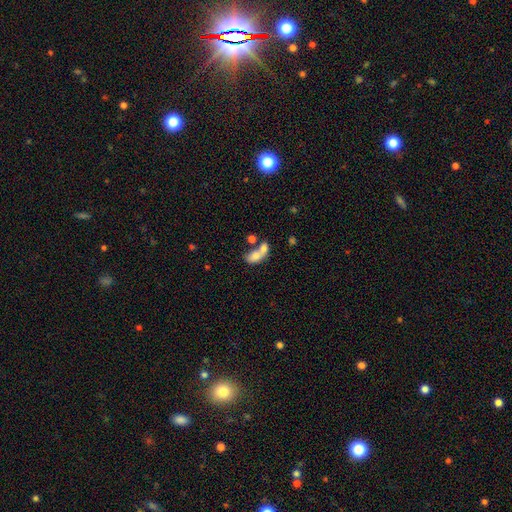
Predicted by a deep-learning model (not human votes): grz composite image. It shows a smooth galaxy with no disk features (68%) that is in between round and cigar-shaped (80%). Merging: merger (67%).